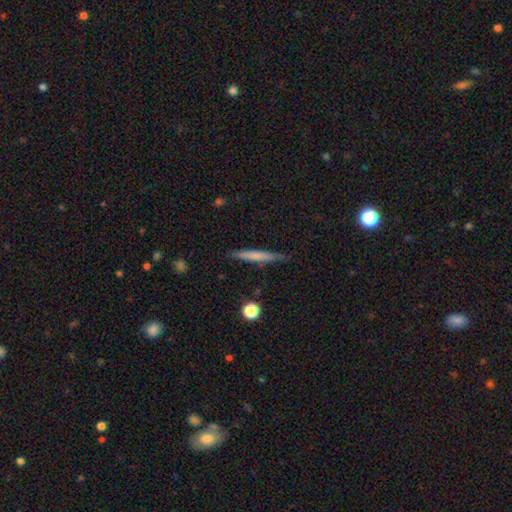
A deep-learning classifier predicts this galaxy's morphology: smooth-or-featured: smooth: 58% | featured or disk: 35% | star or artifact: 7%
  how-rounded: cigar-shaped: 95% | in between: 3% | round: 2%
  merging: none: 86% | minor disturbance: 10% | major disturbance: 2% | merger: 2%